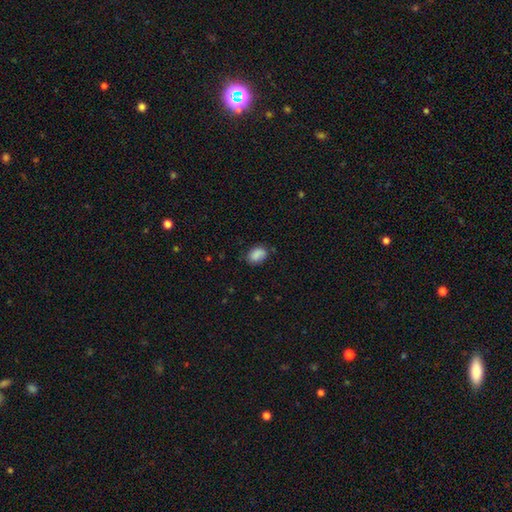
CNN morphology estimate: Smooth or featured?
  - smooth: 85% *
  - star or artifact: 8%
  - featured or disk: 7%
How rounded?
  - in between: 77% *
  - round: 22%
  - cigar-shaped: 1%
Merging?
  - none: 72% *
  - minor disturbance: 21%
  - major disturbance: 5%
  - merger: 2%